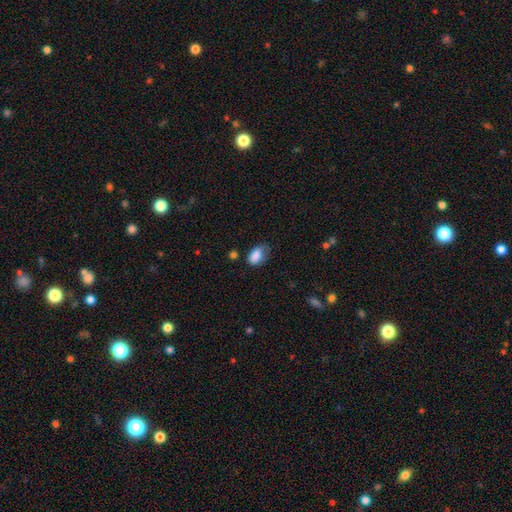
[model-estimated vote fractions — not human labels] smooth_or_featured: smooth (p=0.84) [alt: featured or disk p=0.08]
how_rounded: in between (p=0.87) [alt: round p=0.11]
merging: none (p=0.43) [alt: minor disturbance p=0.38]